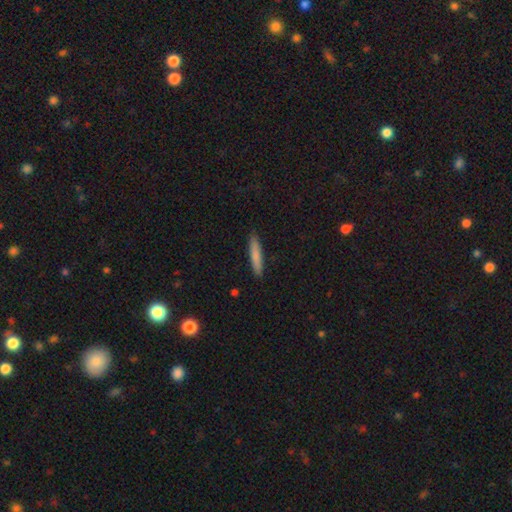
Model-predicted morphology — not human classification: Q: Smooth or featured?
A: smooth (80%); runner-up: featured or disk (14%)
Q: How rounded?
A: cigar-shaped (91%); runner-up: in between (8%)
Q: Merging?
A: none (90%); runner-up: minor disturbance (7%)